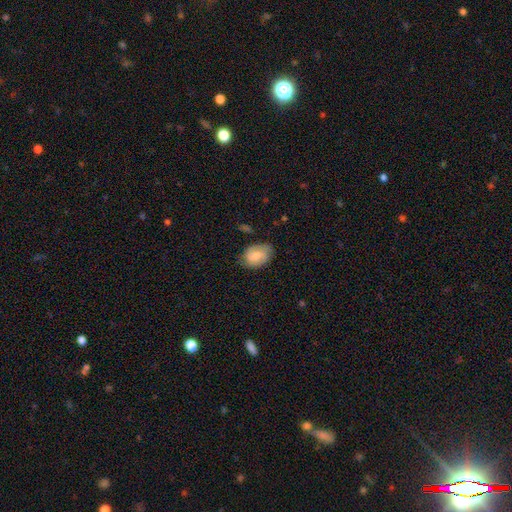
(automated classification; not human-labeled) This is likely a smooth galaxy (69%). How rounded: likely in between (77%). Merging: likely none (67%).